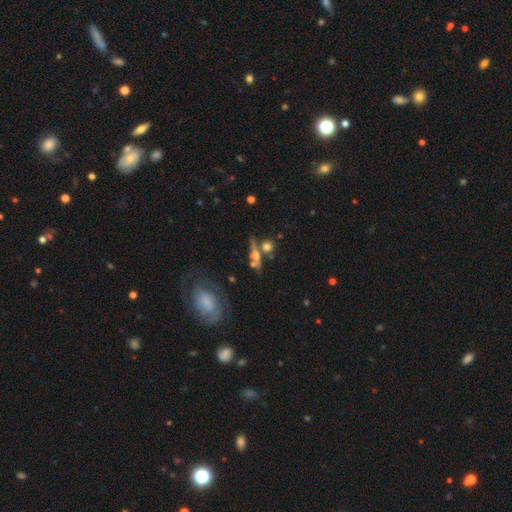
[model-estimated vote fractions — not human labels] smooth_or_featured: star or artifact (p=0.40) [alt: smooth p=0.33]